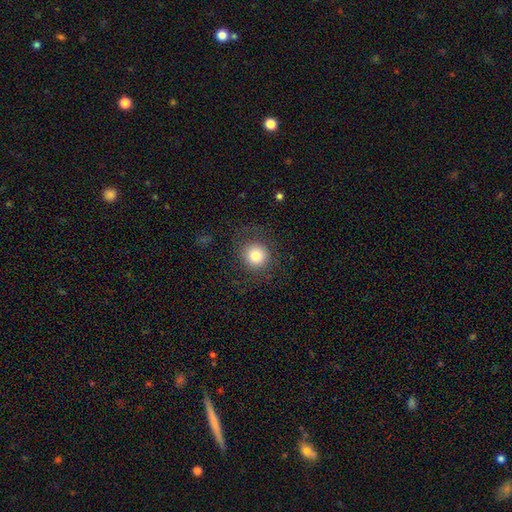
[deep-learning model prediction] The model was most divided on "smooth or featured": smooth: 79%, star or artifact: 11%, featured or disk: 10%. More confident: how rounded — round (91%); merging — none (82%).